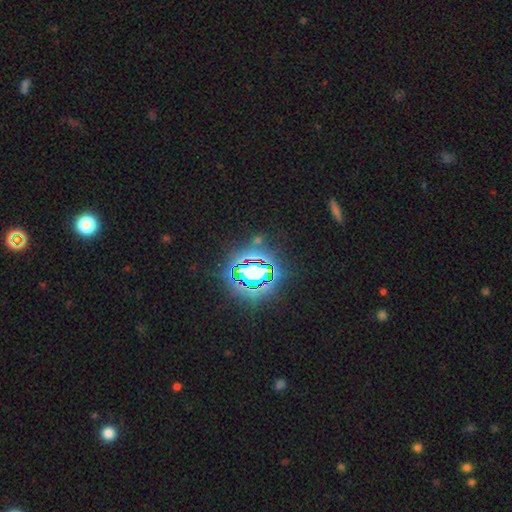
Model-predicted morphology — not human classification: Overall: star or artifact (82%).